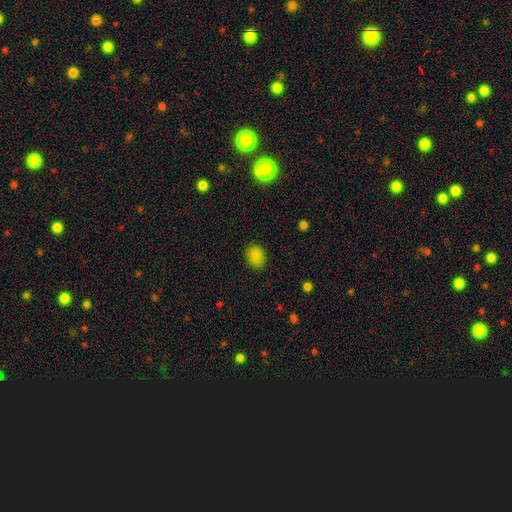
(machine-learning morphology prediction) A smooth galaxy with no disk features (85%) that is in between round and cigar-shaped (51%). Merging: none (87%).